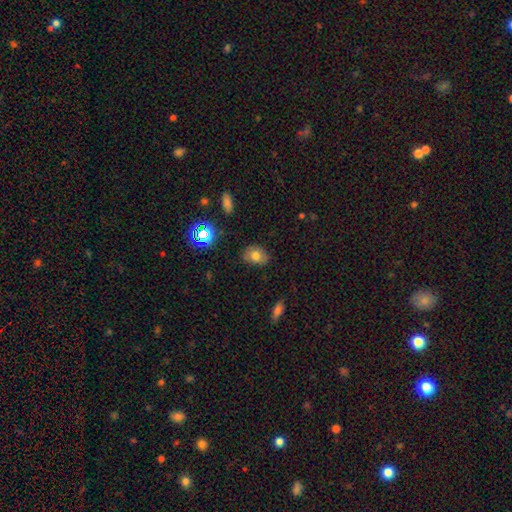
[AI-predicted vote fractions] Q: Smooth or featured?
A: smooth (70%); runner-up: featured or disk (15%)
Q: How rounded?
A: in between (65%); runner-up: round (34%)
Q: Merging?
A: none (78%); runner-up: minor disturbance (16%)